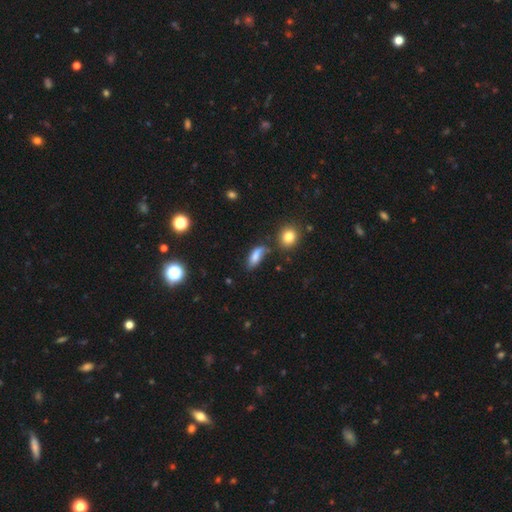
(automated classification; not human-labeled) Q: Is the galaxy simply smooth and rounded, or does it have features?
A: smooth — 75%.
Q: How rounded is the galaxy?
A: in between — 70%.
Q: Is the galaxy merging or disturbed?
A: none — 53%.